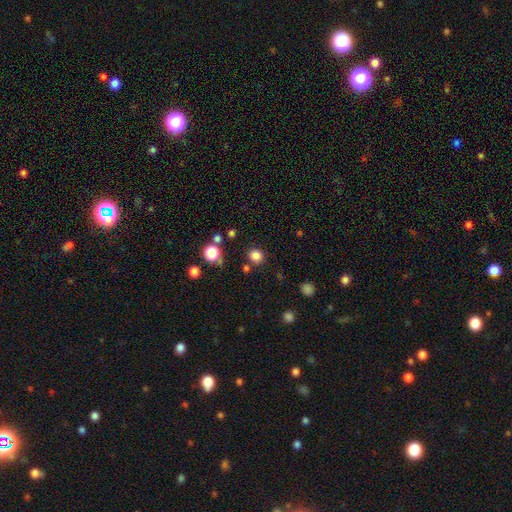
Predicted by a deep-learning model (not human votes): The model was most divided on "smooth or featured": smooth: 83%, star or artifact: 14%, featured or disk: 4%. More confident: how rounded — round (87%); merging — none (84%).